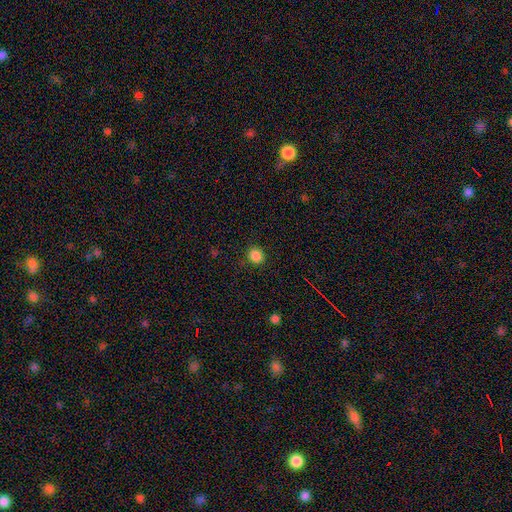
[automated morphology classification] type=smooth (85%); roundness=round (86%); merging=none (88%).